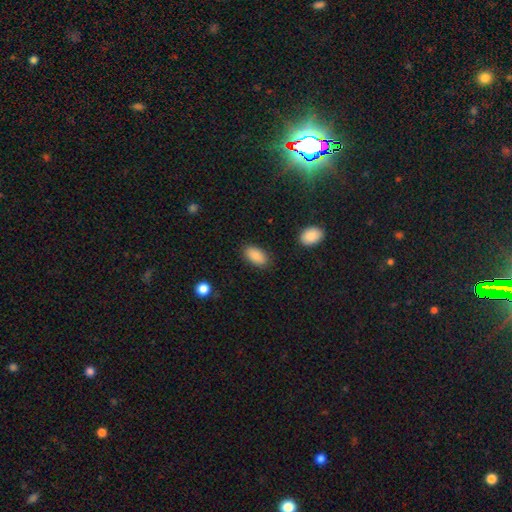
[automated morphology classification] This appears to be a smooth galaxy with no disk features (87%) that is in between round and cigar-shaped (93%). Merging: none (86%).